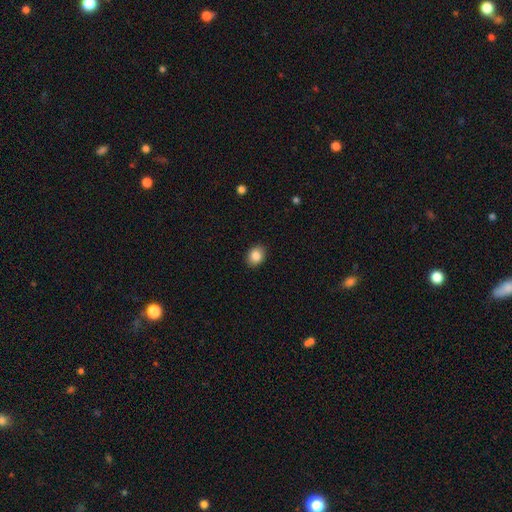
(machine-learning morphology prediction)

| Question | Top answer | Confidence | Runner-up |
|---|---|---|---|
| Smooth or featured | smooth | 86% | star or artifact (9%) |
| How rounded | in between | 56% | round (43%) |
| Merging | none | 89% | minor disturbance (8%) |